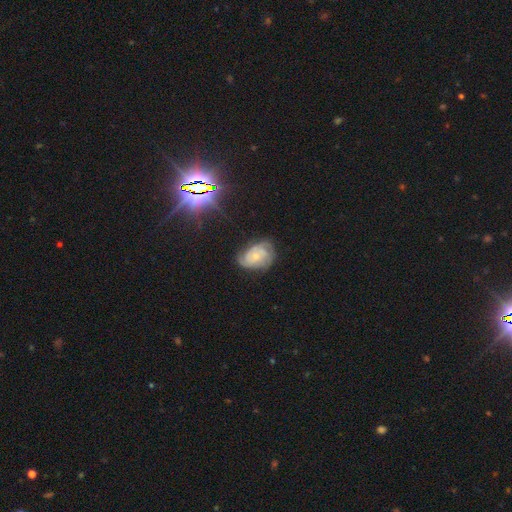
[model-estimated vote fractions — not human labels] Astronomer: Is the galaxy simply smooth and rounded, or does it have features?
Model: featured or disk — 75%.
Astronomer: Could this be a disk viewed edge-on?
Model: no — 97%.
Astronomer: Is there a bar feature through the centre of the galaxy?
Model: no — 76%.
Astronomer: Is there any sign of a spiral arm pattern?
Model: yes — 94%.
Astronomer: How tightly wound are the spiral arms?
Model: tight — 62%.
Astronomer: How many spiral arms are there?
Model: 3 — 33% (runner-up: can't tell, 27%).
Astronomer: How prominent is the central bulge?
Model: small — 61%.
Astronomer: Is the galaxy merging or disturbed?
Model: none — 67%.